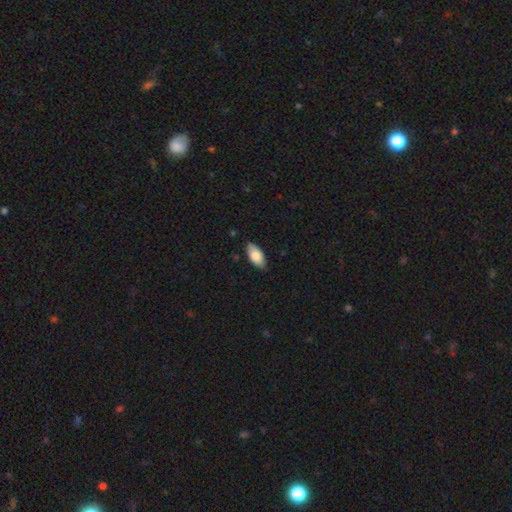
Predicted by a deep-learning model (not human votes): smooth 83%, featured or disk 11%, star or artifact 6%. Down the decision tree: how rounded — in between (92%); merging — none (83%).